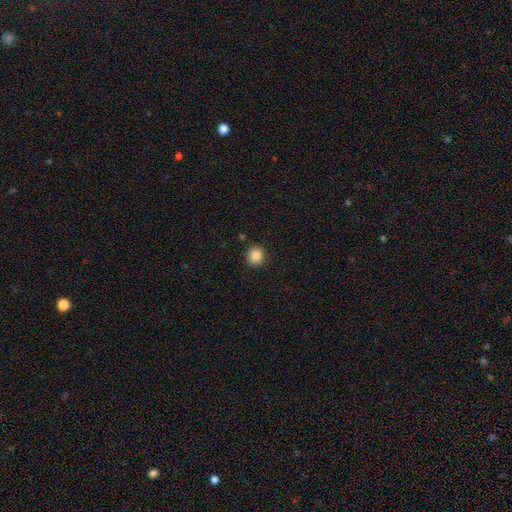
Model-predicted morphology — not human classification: A smooth galaxy with no disk features (87%) that is round (90%). Merging: none (90%).